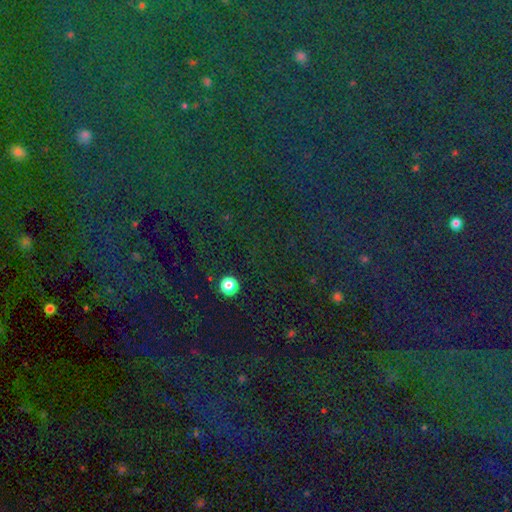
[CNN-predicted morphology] The model was most divided on "smooth or featured": star or artifact: 81%, smooth: 11%, featured or disk: 8%.